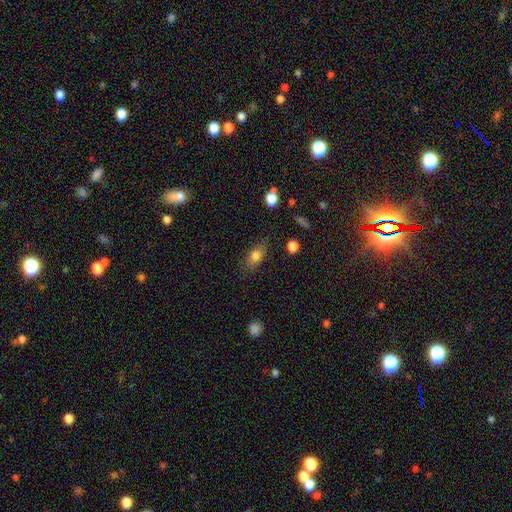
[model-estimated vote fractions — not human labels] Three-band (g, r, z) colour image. It shows a smooth galaxy with no disk features (78%) that is in between round and cigar-shaped (77%). Merging: none (75%).